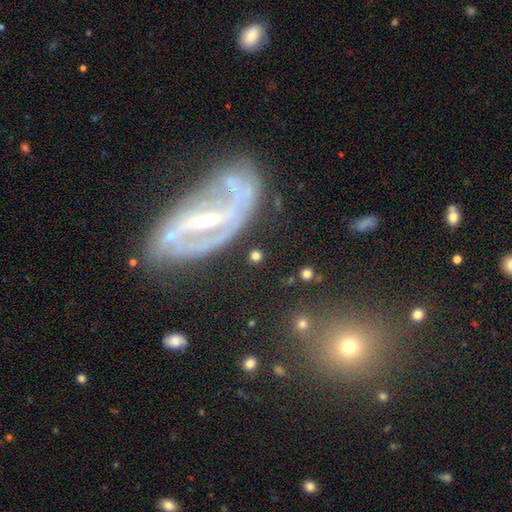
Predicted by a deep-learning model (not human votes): smooth 58%, featured or disk 27%, star or artifact 15%. Down the decision tree: how rounded — round (79%); merging — none (81%).